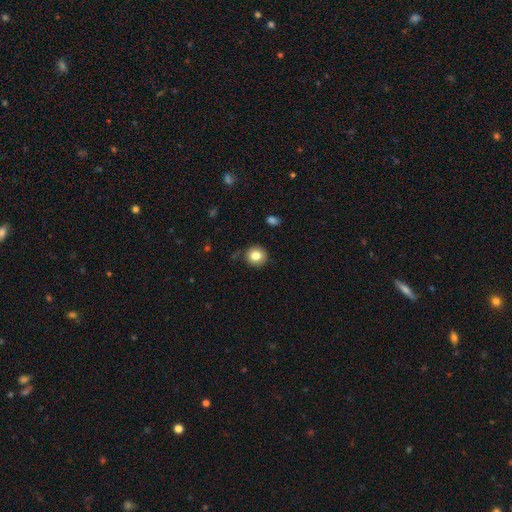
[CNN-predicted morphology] smooth 82%, star or artifact 10%, featured or disk 8%. Down the decision tree: how rounded — round (89%); merging — none (85%).